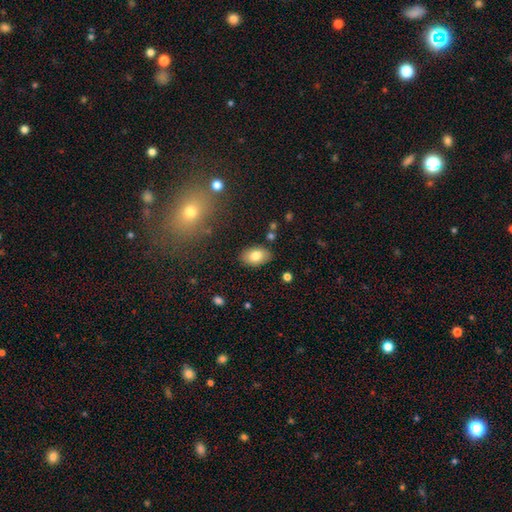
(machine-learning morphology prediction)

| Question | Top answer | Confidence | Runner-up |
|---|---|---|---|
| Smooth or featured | smooth | 80% | featured or disk (12%) |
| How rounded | in between | 90% | round (8%) |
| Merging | none | 85% | minor disturbance (10%) |